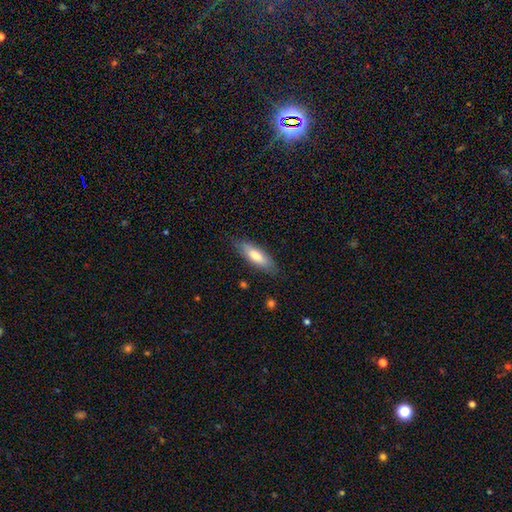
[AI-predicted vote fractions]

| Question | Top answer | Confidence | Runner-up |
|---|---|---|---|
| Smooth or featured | smooth | 72% | featured or disk (22%) |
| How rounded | in between | 52% | cigar-shaped (46%) |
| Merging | none | 83% | minor disturbance (13%) |